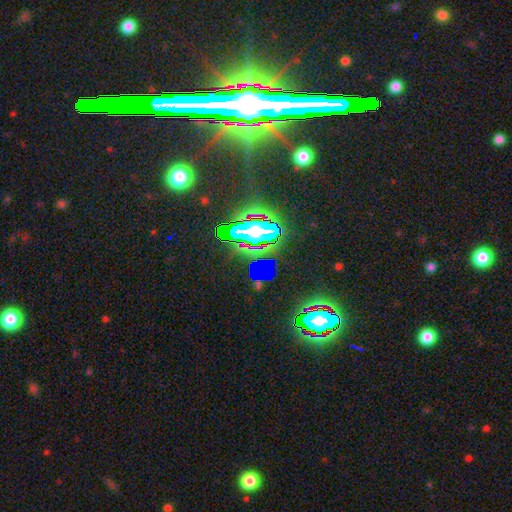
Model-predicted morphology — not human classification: star or artifact 73%, featured or disk 15%, smooth 12%.